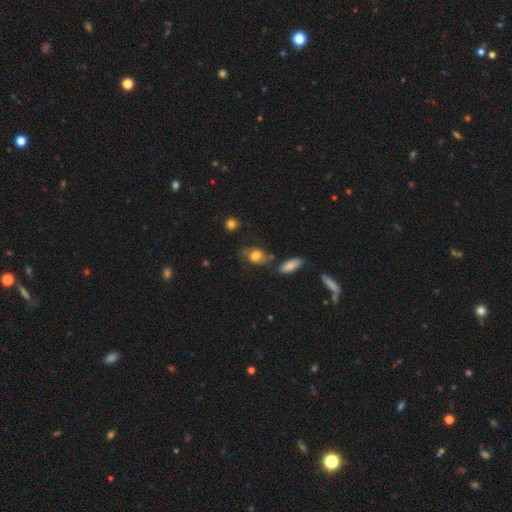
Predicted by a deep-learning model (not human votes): The model was most divided on "merging": none: 58%, minor disturbance: 24%, major disturbance: 9%, merger: 8%. More confident: how rounded — in between (81%); smooth or featured — smooth (68%).